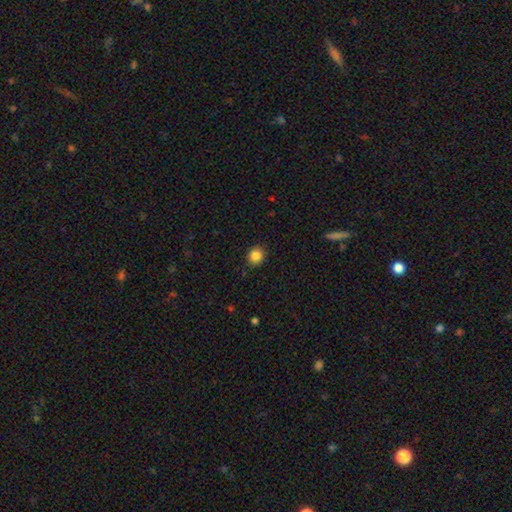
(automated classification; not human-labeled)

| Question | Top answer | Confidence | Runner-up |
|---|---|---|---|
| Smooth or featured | smooth | 86% | star or artifact (10%) |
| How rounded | round | 82% | in between (17%) |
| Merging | none | 89% | minor disturbance (8%) |